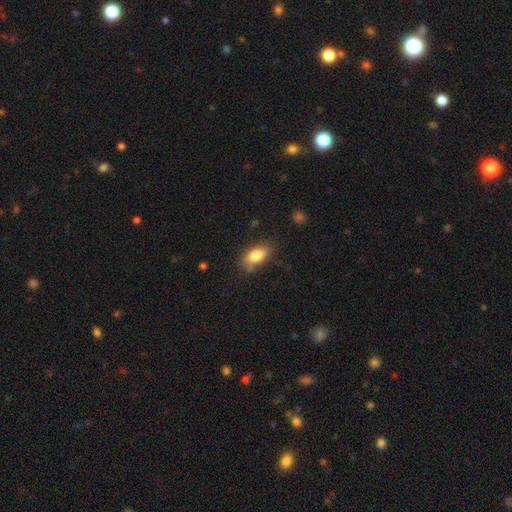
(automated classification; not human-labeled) Smooth or featured: smooth — 82% (featured or disk — 11%)
How rounded: in between — 88% (cigar-shaped — 6%)
Merging: none — 77% (minor disturbance — 16%)